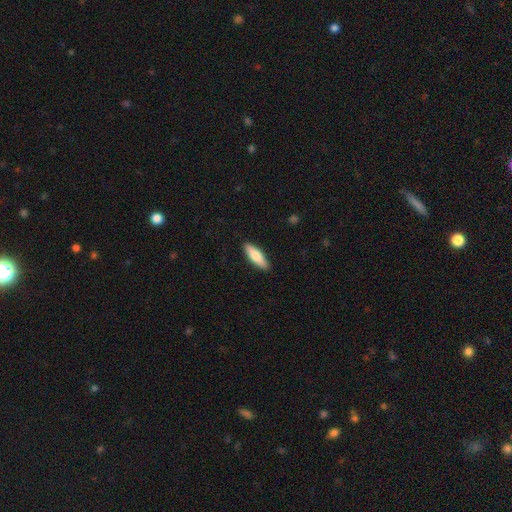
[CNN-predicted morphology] This appears to be a smooth galaxy with no disk features (77%) that is cigar-shaped (55%). Merging: none (89%).